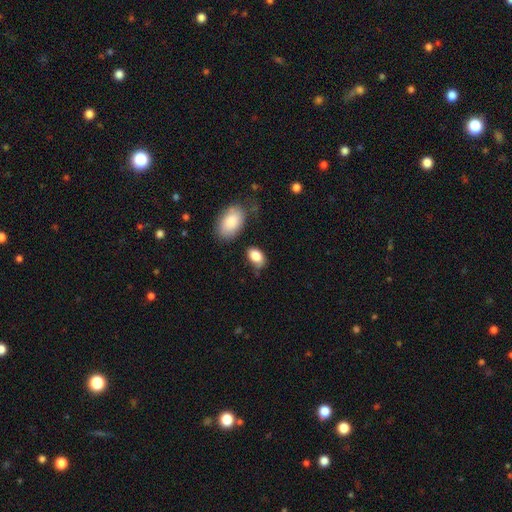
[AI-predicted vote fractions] The model was most divided on "merging": none: 57%, minor disturbance: 28%, major disturbance: 8%, merger: 7%. More confident: how rounded — in between (89%); smooth or featured — smooth (85%).